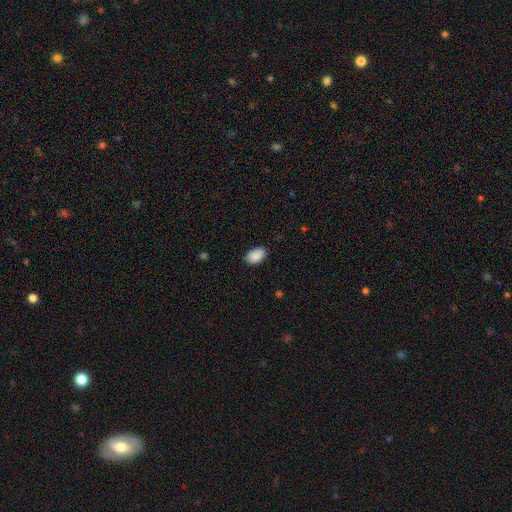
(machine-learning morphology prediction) Q: Smooth or featured?
A: smooth (90%); runner-up: star or artifact (7%)
Q: How rounded?
A: in between (92%); runner-up: round (7%)
Q: Merging?
A: none (86%); runner-up: minor disturbance (11%)